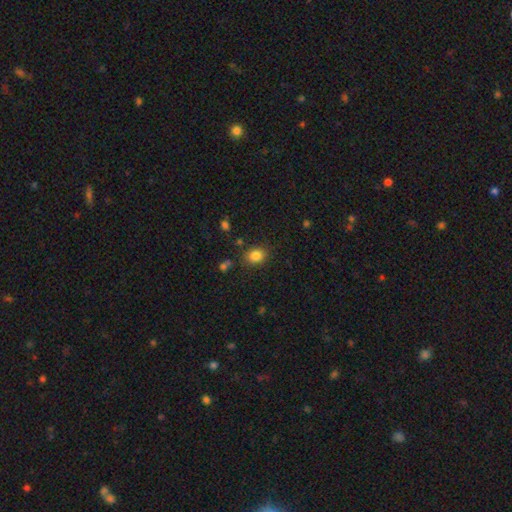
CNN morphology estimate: Smooth or featured?
  - smooth: 83% *
  - star or artifact: 11%
  - featured or disk: 5%
How rounded?
  - in between: 51% *
  - round: 48%
  - cigar-shaped: 1%
Merging?
  - none: 80% *
  - minor disturbance: 13%
  - major disturbance: 4%
  - merger: 3%